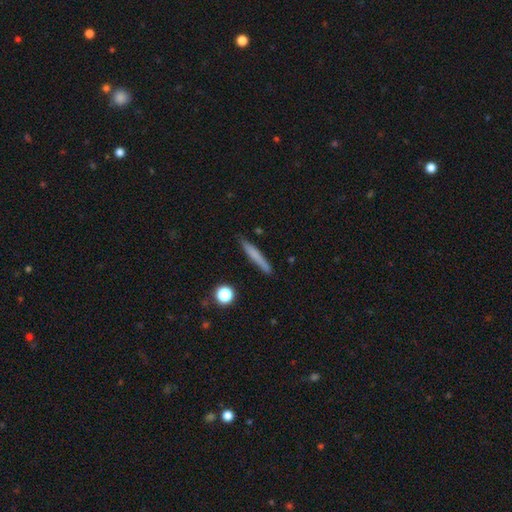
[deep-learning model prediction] Morphology: type=smooth (68%); roundness=cigar-shaped (95%); merging=none (87%).